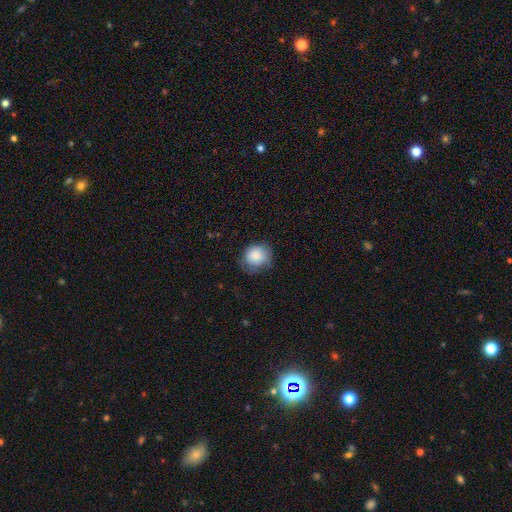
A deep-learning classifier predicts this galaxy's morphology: smooth 82%, featured or disk 10%, star or artifact 7%. Down the decision tree: how rounded — round (79%); merging — none (61%).